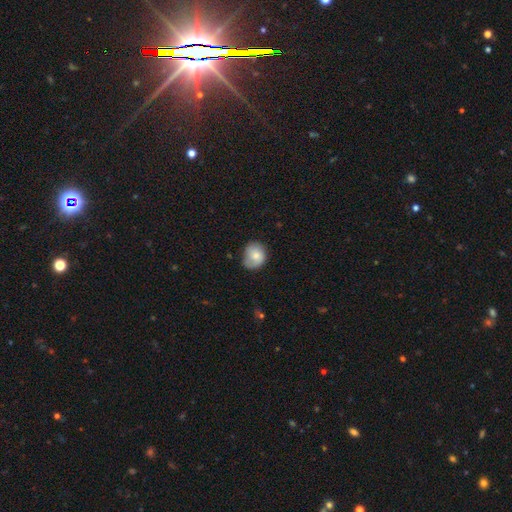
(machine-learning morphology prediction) type=smooth (74%); roundness=round (64%); merging=none (63%).